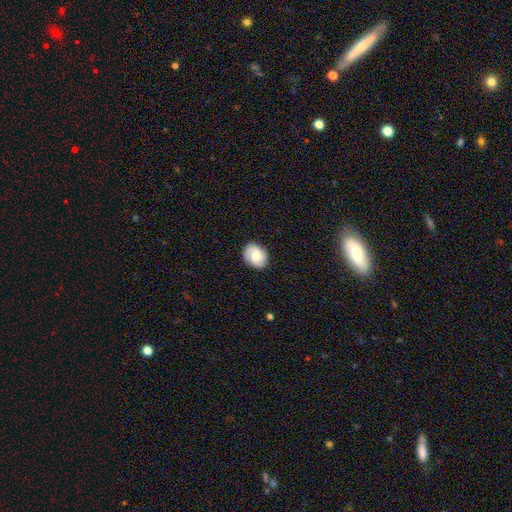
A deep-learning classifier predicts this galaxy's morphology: type=smooth (60%); roundness=in between (53%); merging=none (85%).